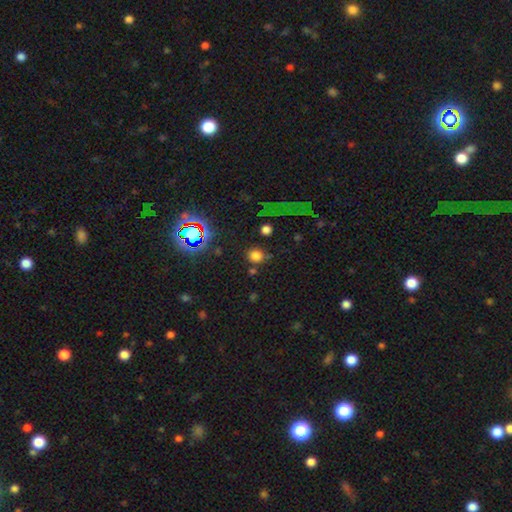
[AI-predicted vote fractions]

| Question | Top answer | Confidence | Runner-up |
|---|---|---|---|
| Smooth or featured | smooth | 71% | star or artifact (22%) |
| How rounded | round | 85% | in between (13%) |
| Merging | none | 77% | minor disturbance (11%) |